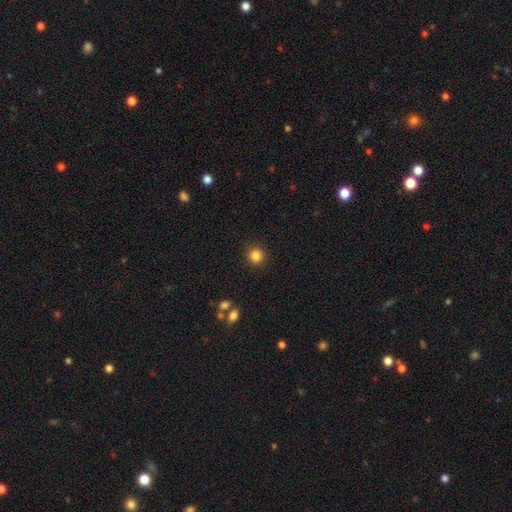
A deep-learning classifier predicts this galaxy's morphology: Smooth or featured: smooth — 84% (star or artifact — 11%)
How rounded: round — 93% (in between — 6%)
Merging: none — 91% (minor disturbance — 5%)